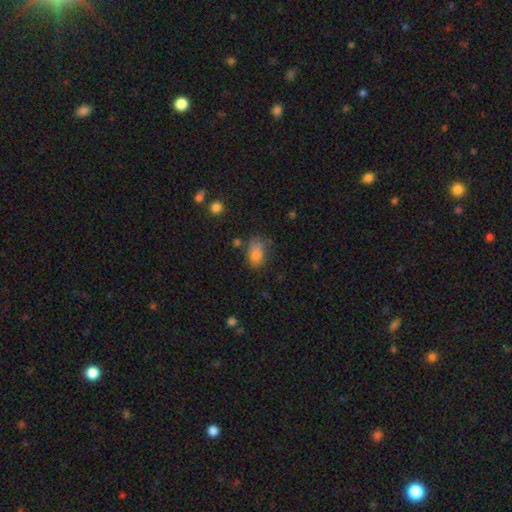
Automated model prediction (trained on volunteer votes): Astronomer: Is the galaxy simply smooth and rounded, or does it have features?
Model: smooth — 82%.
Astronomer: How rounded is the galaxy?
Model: in between — 84%.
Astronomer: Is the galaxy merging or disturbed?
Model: none — 56%.